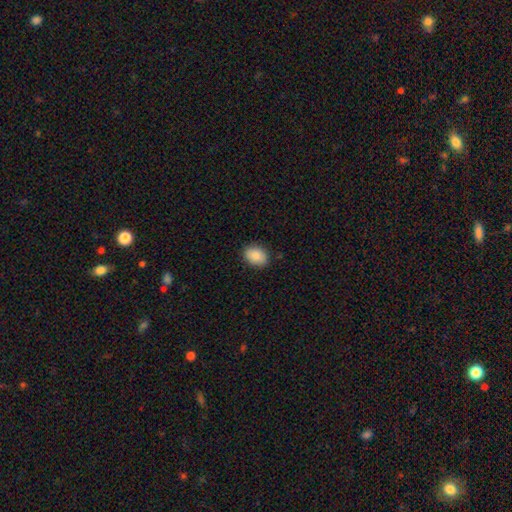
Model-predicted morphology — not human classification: Smooth or featured?
  - smooth: 86% *
  - star or artifact: 8%
  - featured or disk: 6%
How rounded?
  - in between: 65% *
  - round: 34%
  - cigar-shaped: 1%
Merging?
  - none: 88% *
  - minor disturbance: 9%
  - major disturbance: 2%
  - merger: 1%